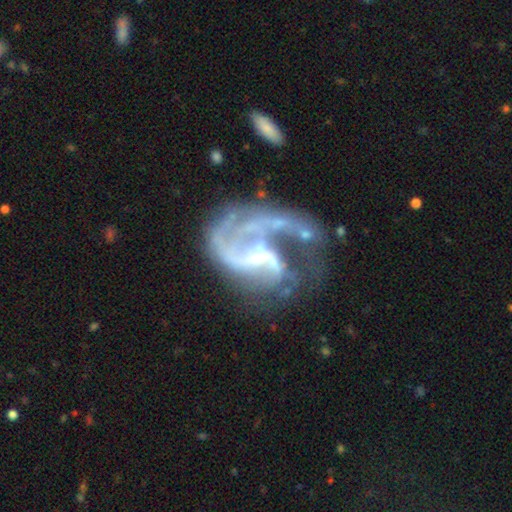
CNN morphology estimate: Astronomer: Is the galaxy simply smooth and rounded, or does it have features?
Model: featured or disk — 86%.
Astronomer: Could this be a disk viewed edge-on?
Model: no — 98%.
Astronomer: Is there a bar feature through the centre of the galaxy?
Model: weak — 43% (runner-up: no, 39%).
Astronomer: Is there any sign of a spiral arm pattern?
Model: yes — 88%.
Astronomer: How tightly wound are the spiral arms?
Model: loose — 47% (runner-up: medium, 39%).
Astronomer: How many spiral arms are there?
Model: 2 — 32% (runner-up: 1, 31%).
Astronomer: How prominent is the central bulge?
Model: small — 54%.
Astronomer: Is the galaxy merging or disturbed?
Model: major disturbance — 47% (runner-up: none, 26%).